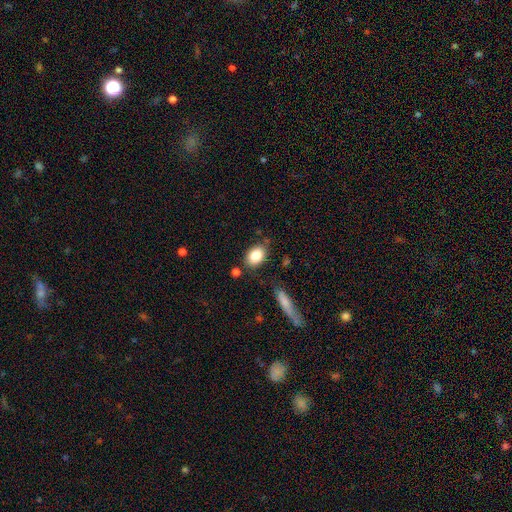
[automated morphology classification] The model was most divided on "how rounded": in between: 78%, round: 20%, cigar-shaped: 2%. More confident: smooth or featured — smooth (83%); merging — none (78%).